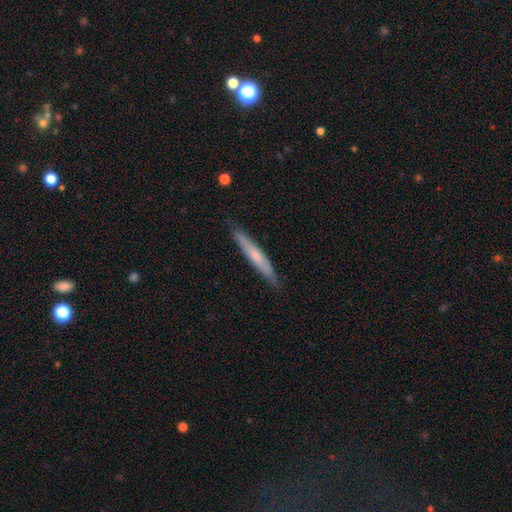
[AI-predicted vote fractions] A smooth galaxy with no disk features (52%) that is cigar-shaped (95%).

Vote fractions:
- Smooth or featured? smooth: 52% / featured or disk: 42% / star or artifact: 6%
- How rounded? cigar-shaped: 95% / in between: 4% / round: 1%
- Merging? none: 87% / minor disturbance: 10% / major disturbance: 2% / merger: 1%